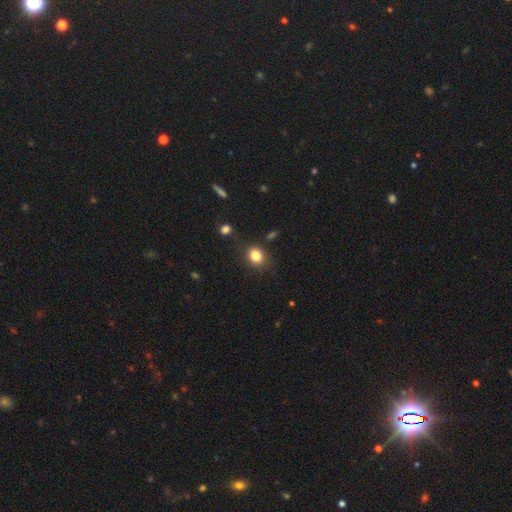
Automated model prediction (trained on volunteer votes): A smooth galaxy with no disk features (83%) that is round (57%).

Vote fractions:
- Smooth or featured? smooth: 83% / star or artifact: 11% / featured or disk: 6%
- How rounded? round: 57% / in between: 42% / cigar-shaped: 1%
- Merging? none: 81% / minor disturbance: 13% / major disturbance: 4% / merger: 3%